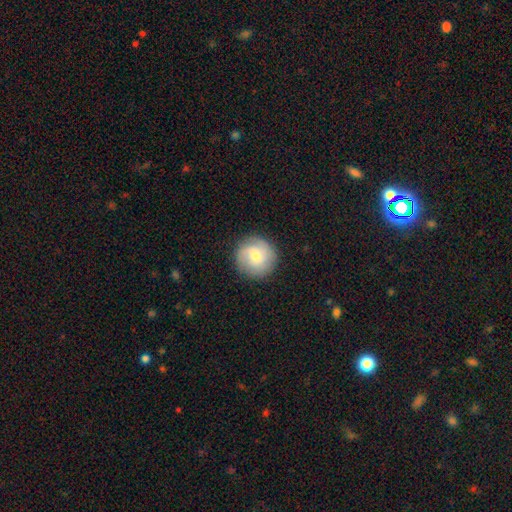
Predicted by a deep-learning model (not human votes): smooth-or-featured: smooth: 58% | featured or disk: 35% | star or artifact: 7%
  how-rounded: round: 94% | in between: 4% | cigar-shaped: 1%
  merging: none: 86% | minor disturbance: 10% | major disturbance: 3% | merger: 1%